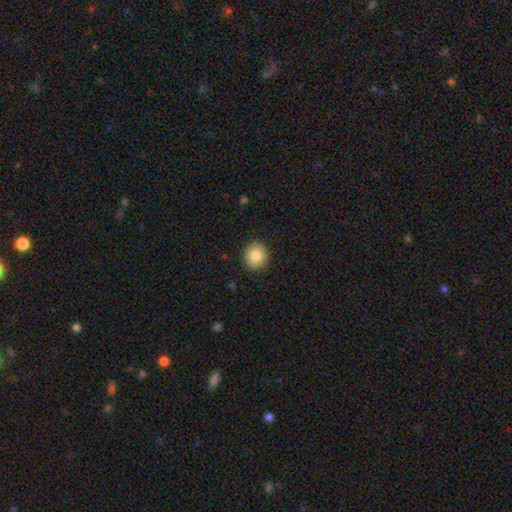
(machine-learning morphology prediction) A smooth galaxy with no disk features (84%) that is round (88%).

Vote fractions:
- Smooth or featured? smooth: 84% / star or artifact: 8% / featured or disk: 7%
- How rounded? round: 88% / in between: 11% / cigar-shaped: 1%
- Merging? none: 91% / minor disturbance: 6% / major disturbance: 2% / merger: 1%